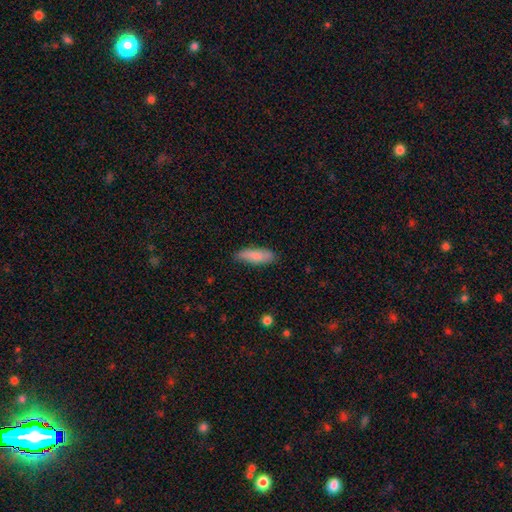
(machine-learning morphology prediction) type=smooth (83%); roundness=in between (54%); merging=none (80%).